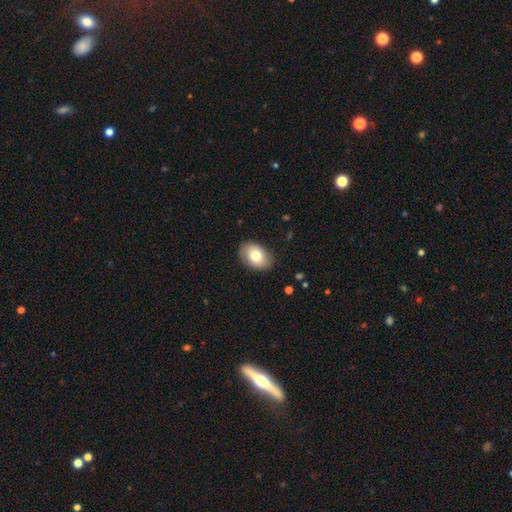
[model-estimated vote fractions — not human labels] This appears to be a smooth galaxy with no disk features (75%) that is in between round and cigar-shaped (84%). Merging: none (86%).